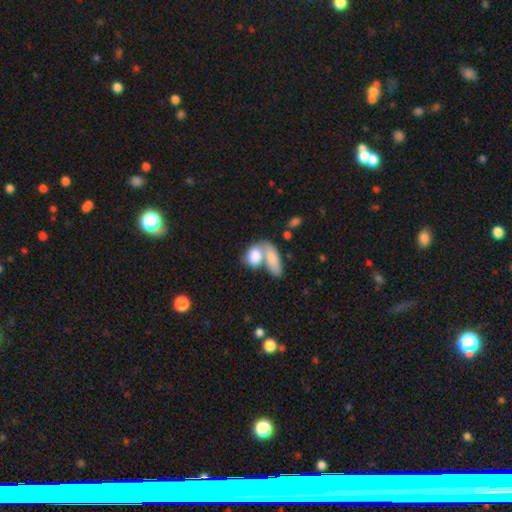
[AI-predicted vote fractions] Smooth or featured? smooth (79%)
How rounded? in between (82%)
Merging? merger (64%)